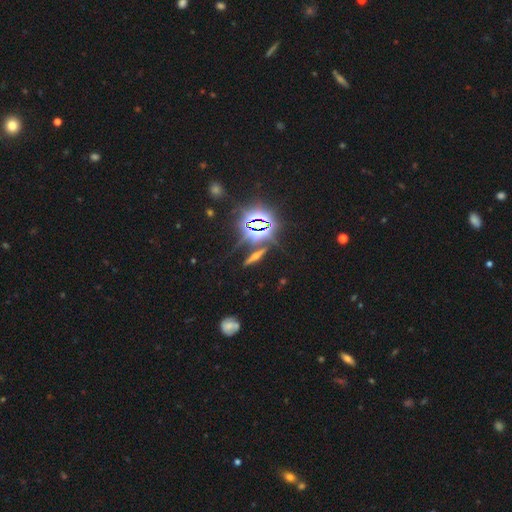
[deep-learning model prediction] Q: Smooth or featured?
A: star or artifact (42%); runner-up: featured or disk (35%)